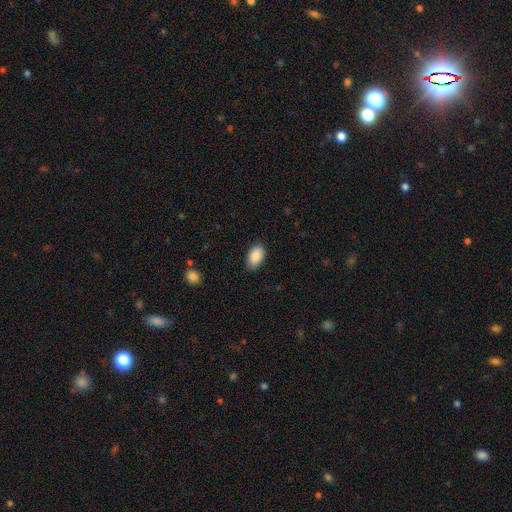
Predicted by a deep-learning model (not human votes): This is clearly a smooth galaxy (88%). How rounded: clearly in between (94%). Merging: clearly none (86%).